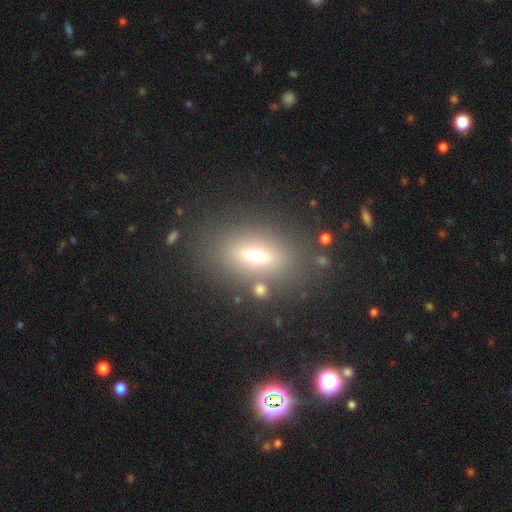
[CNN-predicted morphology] smooth-or-featured: smooth: 57% | featured or disk: 28% | star or artifact: 15%
  how-rounded: in between: 73% | round: 17% | cigar-shaped: 10%
  merging: none: 79% | minor disturbance: 10% | major disturbance: 6% | merger: 5%